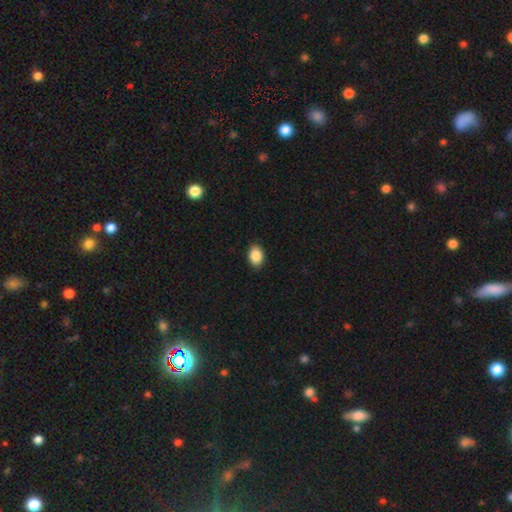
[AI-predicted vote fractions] A smooth galaxy with no disk features (88%) that is in between round and cigar-shaped (80%). Merging: none (89%).